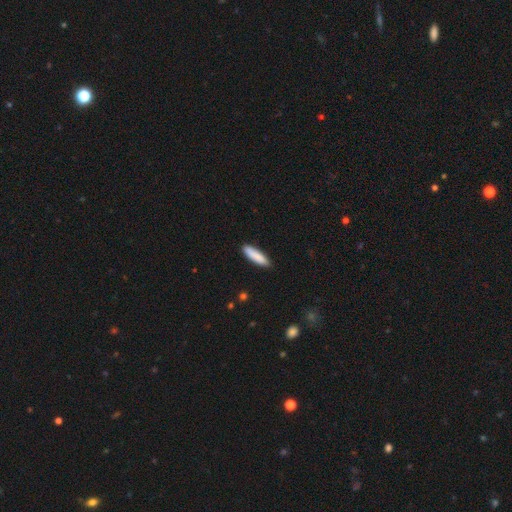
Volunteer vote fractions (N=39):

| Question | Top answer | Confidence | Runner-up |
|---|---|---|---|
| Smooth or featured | smooth | 74% | featured or disk (18%) |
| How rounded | cigar-shaped | 72% | in between (28%) |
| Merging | none | 86% | minor disturbance (14%) |